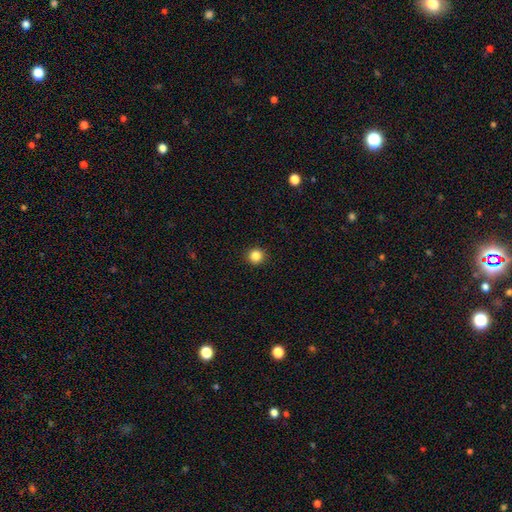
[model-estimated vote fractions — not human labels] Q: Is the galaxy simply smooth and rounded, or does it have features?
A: smooth — 85%.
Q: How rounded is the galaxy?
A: round — 95%.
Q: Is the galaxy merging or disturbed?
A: none — 93%.